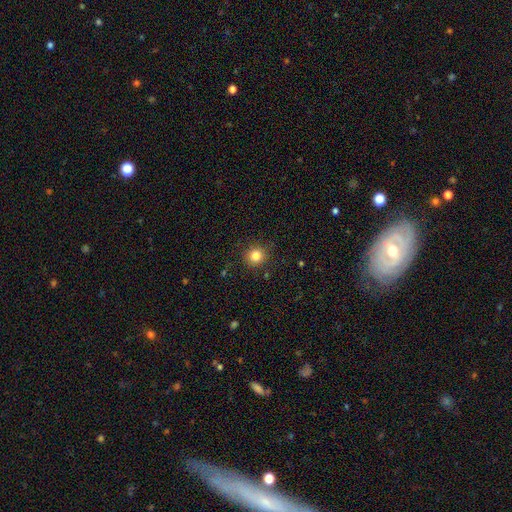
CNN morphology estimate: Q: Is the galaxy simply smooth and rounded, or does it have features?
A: smooth — 82%.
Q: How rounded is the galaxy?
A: round — 91%.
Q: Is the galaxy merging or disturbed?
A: none — 89%.